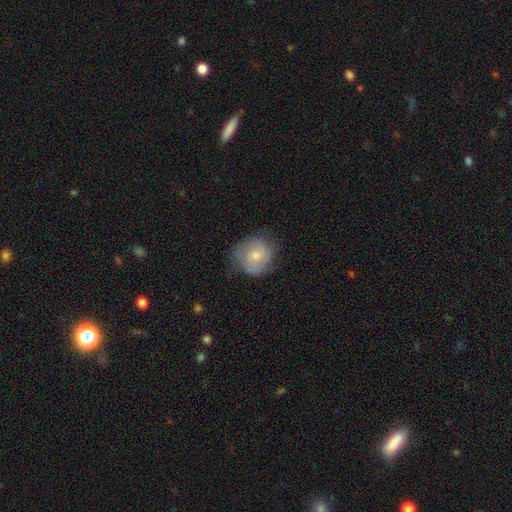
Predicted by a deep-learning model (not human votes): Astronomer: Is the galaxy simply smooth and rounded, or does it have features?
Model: smooth — 66%.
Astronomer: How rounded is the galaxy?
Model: round — 84%.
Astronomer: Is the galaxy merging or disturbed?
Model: none — 63%.